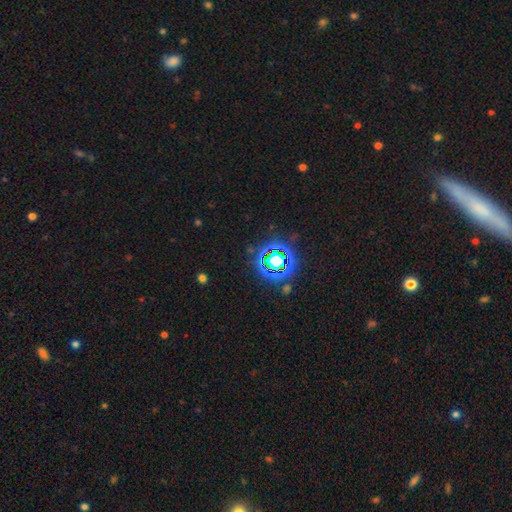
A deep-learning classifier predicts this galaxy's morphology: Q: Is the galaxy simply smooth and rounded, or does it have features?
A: star or artifact — 61%.